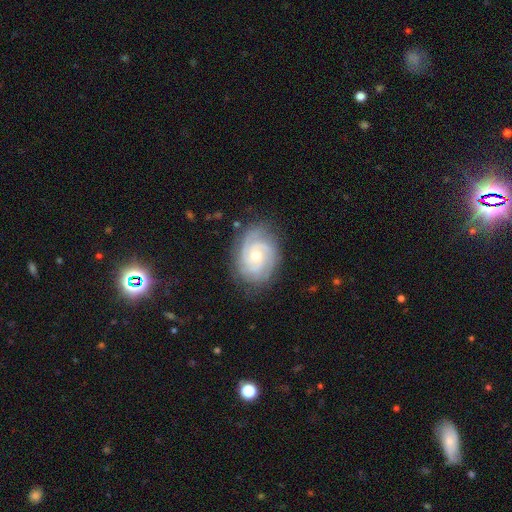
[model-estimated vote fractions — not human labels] smooth-or-featured: featured or disk: 87% | smooth: 8% | star or artifact: 5%
  disk-edge-on: no: 97% | yes: 3%
    bar: no: 67% | weak: 28% | strong: 5%
    has-spiral-arms: yes: 98% | no: 2%
      spiral-winding: tight: 68% | medium: 28% | loose: 4%
      spiral-arm-count: 3: 41% | 2: 23% | can't tell: 16% | 4: 11% | more than 4: 5% | 1: 5%
    bulge-size: small: 50% | moderate: 46% | large: 1% | none: 1% | dominant: 1%
  merging: none: 80% | minor disturbance: 15% | major disturbance: 4% | merger: 1%